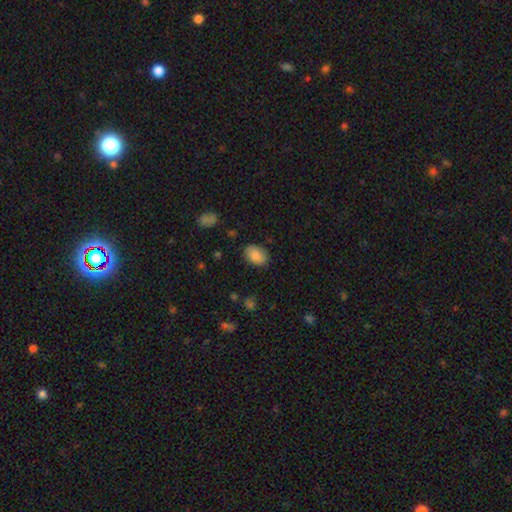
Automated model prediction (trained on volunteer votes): Smooth or featured? Predicted: smooth (p=0.88). How rounded? Predicted: in between (p=0.84). Merging? Predicted: none (p=0.82).